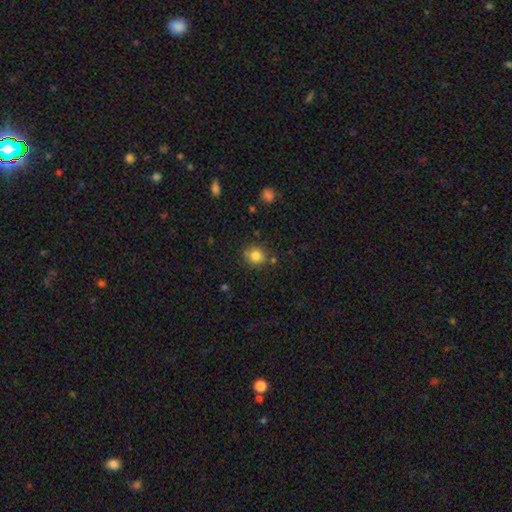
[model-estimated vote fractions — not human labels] Morphology: type=smooth (82%); roundness=round (83%); merging=none (81%).